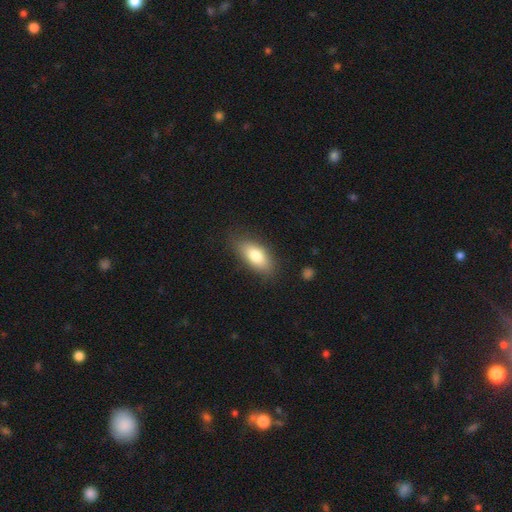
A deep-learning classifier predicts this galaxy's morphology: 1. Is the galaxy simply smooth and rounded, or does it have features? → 78% smooth, 15% featured or disk, 7% star or artifact.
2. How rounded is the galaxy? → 85% in between, 12% cigar-shaped, 3% round.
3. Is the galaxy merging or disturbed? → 82% none, 13% minor disturbance, 3% major disturbance, 1% merger.